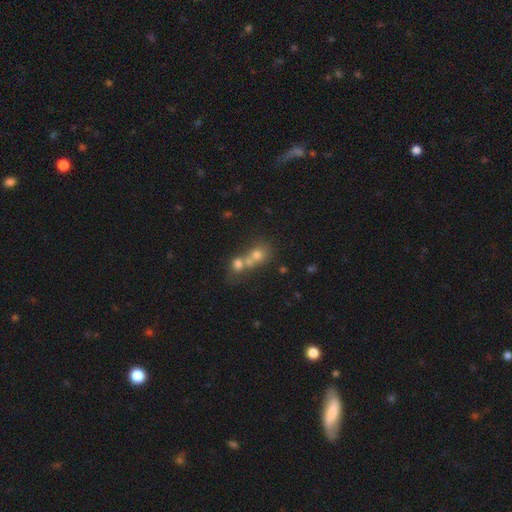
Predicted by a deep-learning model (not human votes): smooth-or-featured: smooth: 61% | featured or disk: 20% | star or artifact: 19%
  how-rounded: round: 73% | in between: 25% | cigar-shaped: 2%
  merging: merger: 63% | none: 27% | minor disturbance: 6% | major disturbance: 4%